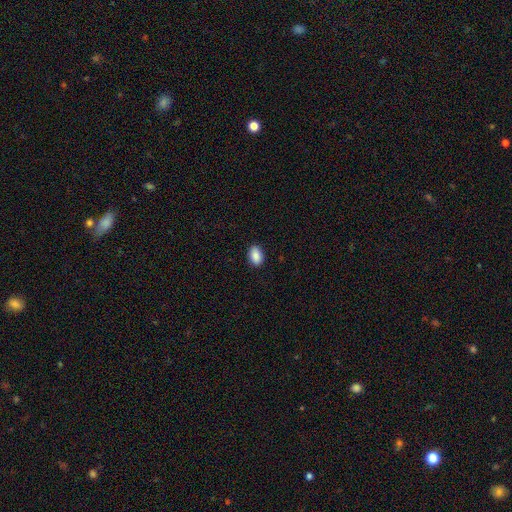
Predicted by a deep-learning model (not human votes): smooth-or-featured: smooth: 89% | star or artifact: 7% | featured or disk: 4%
  how-rounded: in between: 88% | round: 10% | cigar-shaped: 1%
  merging: none: 89% | minor disturbance: 8% | major disturbance: 2% | merger: 1%